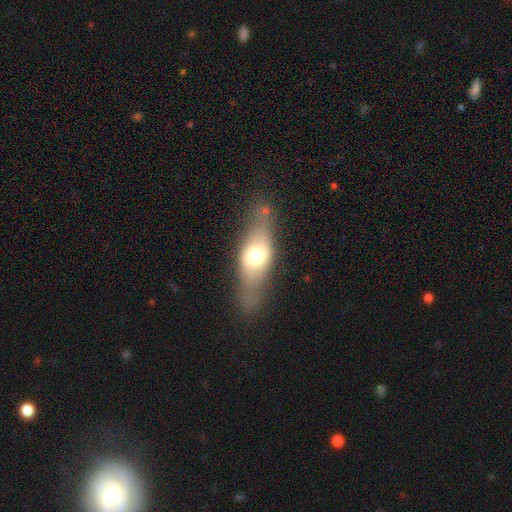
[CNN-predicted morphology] This appears to be a smooth galaxy with no disk features (52%) that is in between round and cigar-shaped (62%). Merging: none (72%).